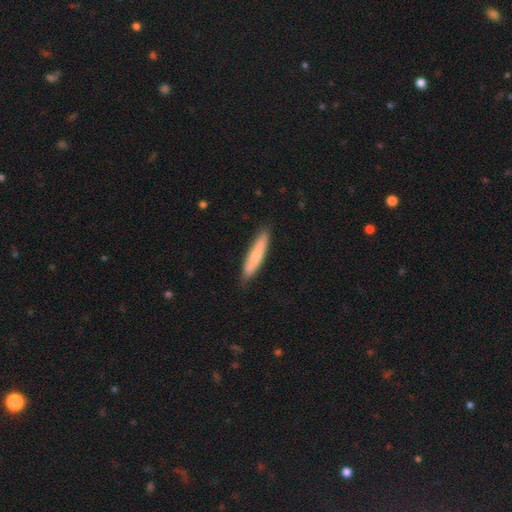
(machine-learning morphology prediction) A smooth galaxy with no disk features (66%) that is cigar-shaped (86%).

Vote fractions:
- Smooth or featured? smooth: 66% / featured or disk: 29% / star or artifact: 5%
- How rounded? cigar-shaped: 86% / in between: 12% / round: 1%
- Merging? none: 84% / minor disturbance: 13% / major disturbance: 2% / merger: 1%